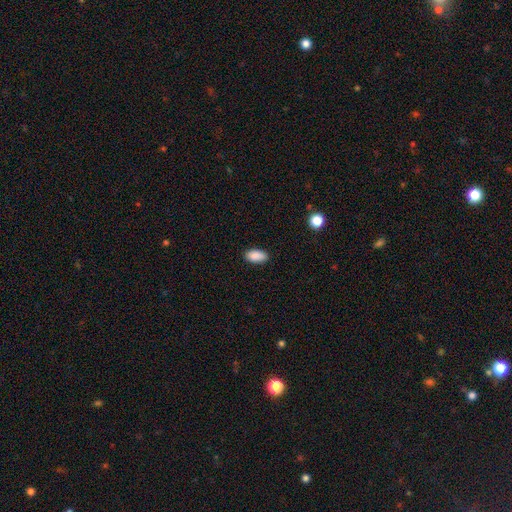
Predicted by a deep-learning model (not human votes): The model was most divided on "merging": none: 87%, minor disturbance: 10%, major disturbance: 2%, merger: 1%. More confident: how rounded — in between (93%); smooth or featured — smooth (89%).